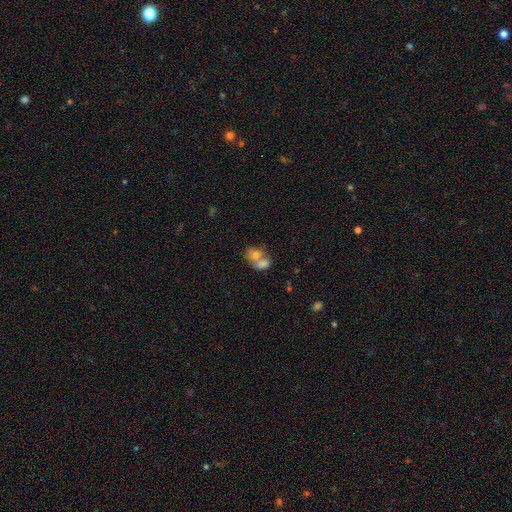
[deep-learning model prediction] Morphology: type=smooth (69%); roundness=in between (58%); merging=merger (67%).